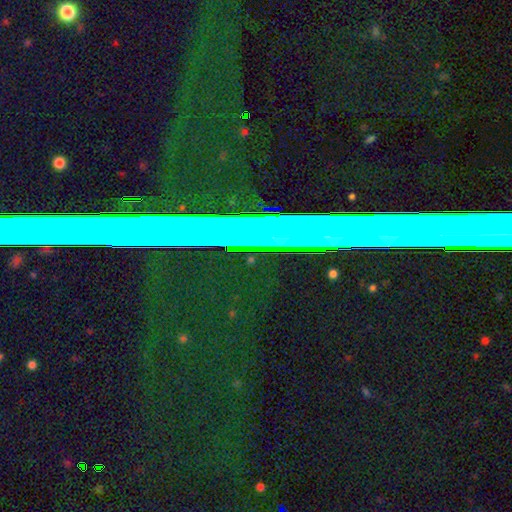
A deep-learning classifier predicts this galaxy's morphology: Smooth or featured: star or artifact — 76% (featured or disk — 14%)